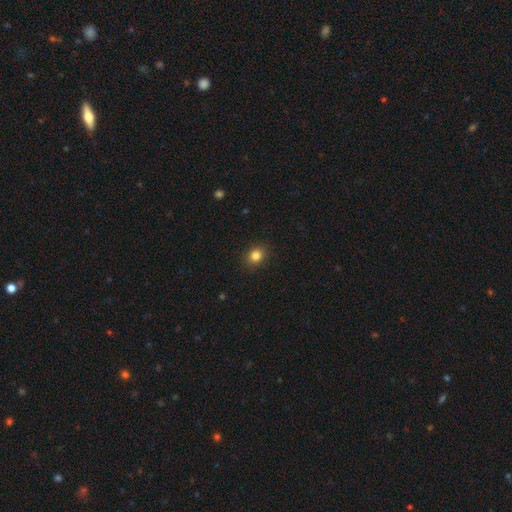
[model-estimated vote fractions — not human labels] Morphology: type=smooth (84%); roundness=round (62%); merging=none (89%).